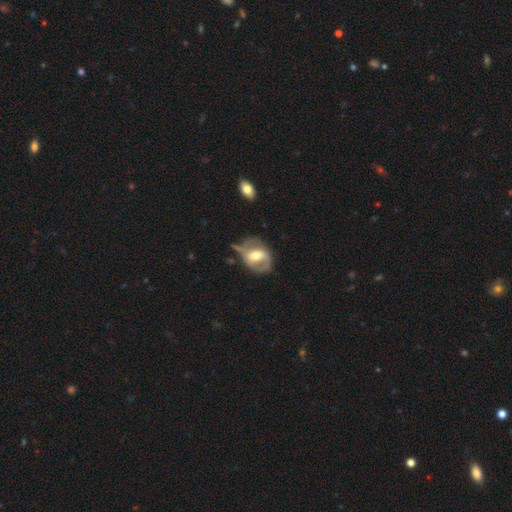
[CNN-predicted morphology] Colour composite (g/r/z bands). It shows a featured or disk galaxy (67%) with a weak bar (42%), spiral arms (70%) and a moderate central bulge (61%). Merging: none (47%).